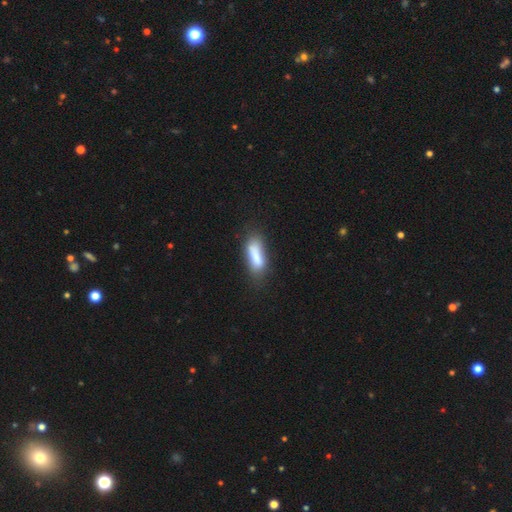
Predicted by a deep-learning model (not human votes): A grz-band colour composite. It shows a smooth galaxy with no disk features (77%) that is in between round and cigar-shaped (54%). Merging: none (61%).